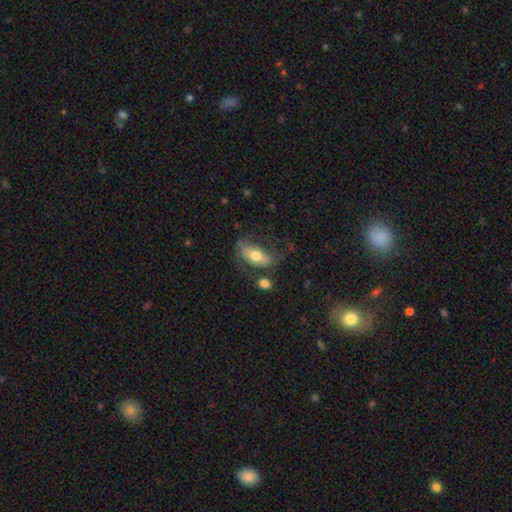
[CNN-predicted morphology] A smooth galaxy with no disk features (57%) that is in between round and cigar-shaped (84%). Merging: none (47%).